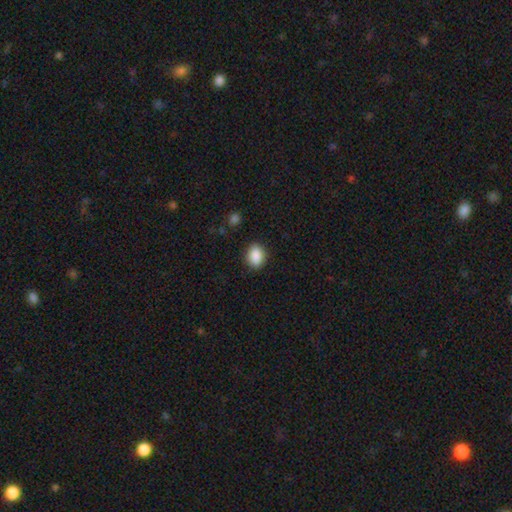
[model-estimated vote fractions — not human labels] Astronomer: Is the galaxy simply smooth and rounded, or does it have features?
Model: smooth — 88%.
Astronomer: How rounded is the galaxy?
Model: in between — 67%.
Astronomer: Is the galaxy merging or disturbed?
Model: none — 87%.